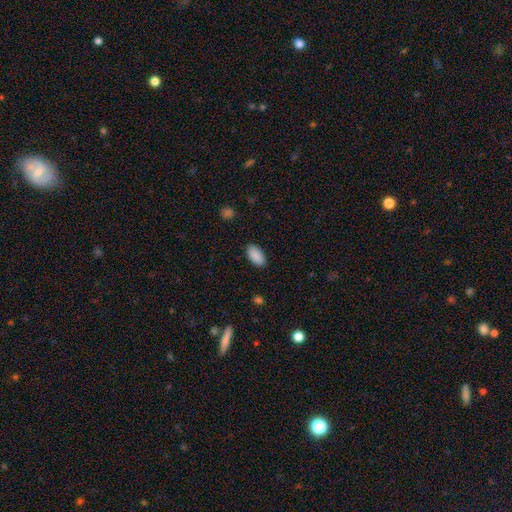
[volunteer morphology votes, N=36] smooth 89%, featured or disk 6%, star or artifact 6%. Down the decision tree: how rounded — in between (91%); merging — none (88%).